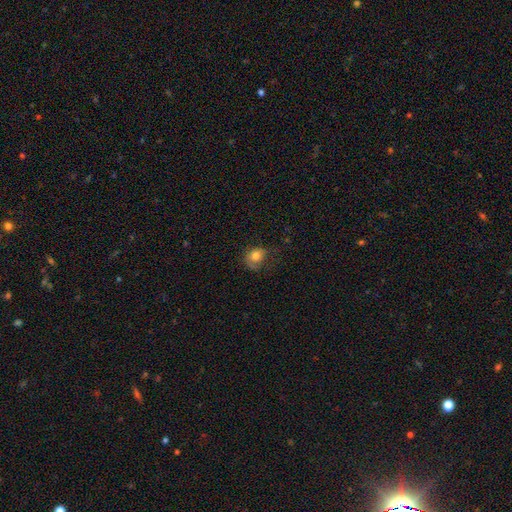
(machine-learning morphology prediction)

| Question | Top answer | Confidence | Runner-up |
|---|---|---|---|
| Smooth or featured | smooth | 75% | featured or disk (16%) |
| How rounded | round | 63% | in between (36%) |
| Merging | none | 46% | minor disturbance (28%) |